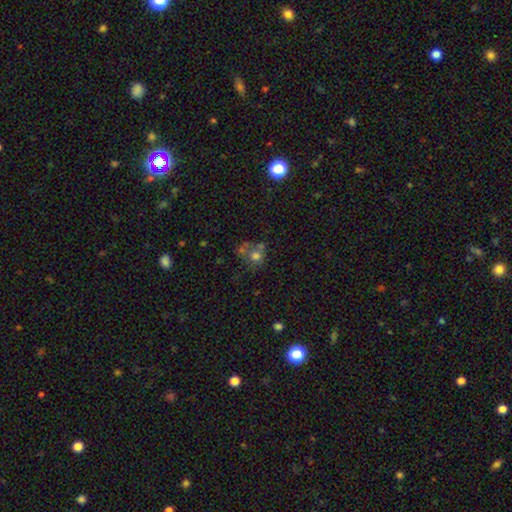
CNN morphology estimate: Smooth or featured? smooth (63%)
How rounded? round (77%)
Merging? none (40%)